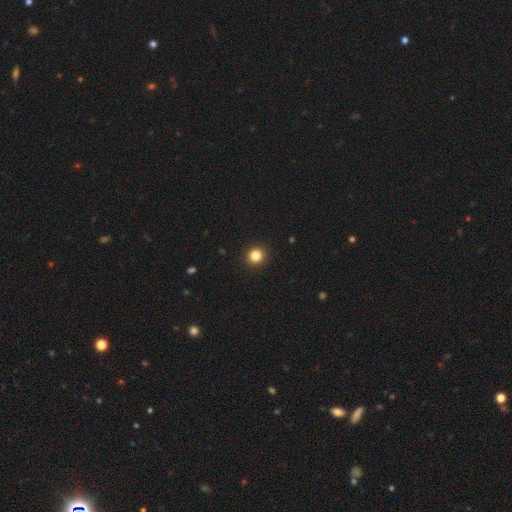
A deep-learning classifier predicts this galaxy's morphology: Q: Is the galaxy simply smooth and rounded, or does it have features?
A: smooth — 84%.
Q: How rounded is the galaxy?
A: round — 93%.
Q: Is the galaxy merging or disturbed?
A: none — 93%.